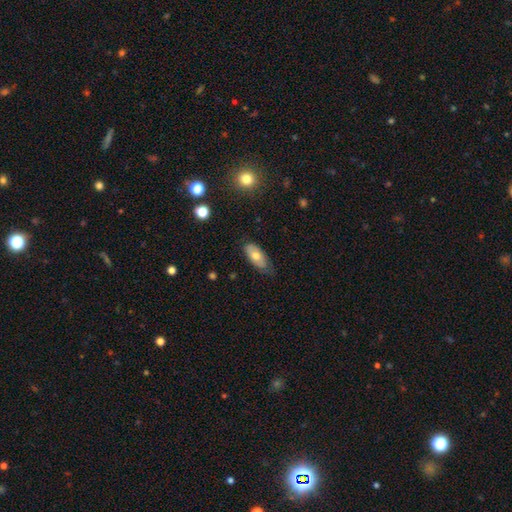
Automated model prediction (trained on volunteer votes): A smooth galaxy with no disk features (67%) that is in between round and cigar-shaped (88%).

Vote fractions:
- Smooth or featured? smooth: 67% / featured or disk: 26% / star or artifact: 7%
- How rounded? in between: 88% / cigar-shaped: 9% / round: 3%
- Merging? none: 70% / minor disturbance: 24% / major disturbance: 4% / merger: 1%